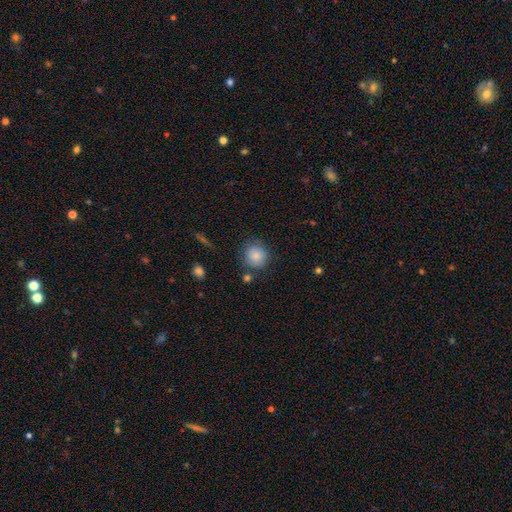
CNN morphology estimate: Q: Smooth or featured?
A: smooth (85%); runner-up: star or artifact (9%)
Q: How rounded?
A: round (89%); runner-up: in between (10%)
Q: Merging?
A: none (80%); runner-up: minor disturbance (12%)